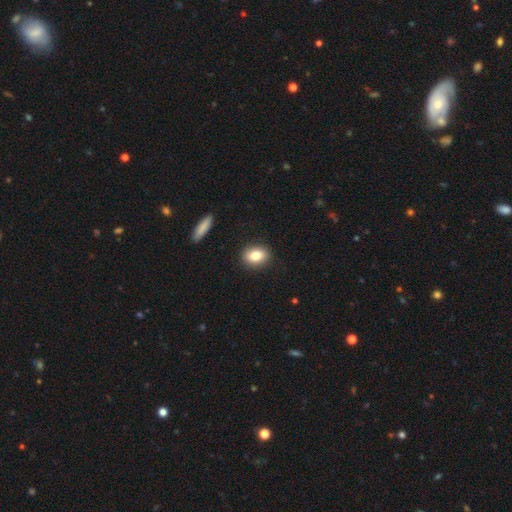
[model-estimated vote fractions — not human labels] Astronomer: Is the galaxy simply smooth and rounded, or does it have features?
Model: smooth — 81%.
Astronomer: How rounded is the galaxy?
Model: in between — 66%.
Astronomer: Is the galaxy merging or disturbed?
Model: none — 89%.